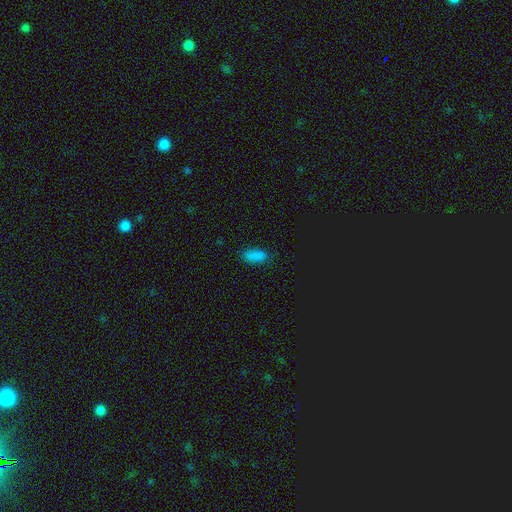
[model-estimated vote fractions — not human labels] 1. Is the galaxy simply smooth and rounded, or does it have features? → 84% smooth, 12% star or artifact, 4% featured or disk.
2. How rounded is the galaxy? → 84% in between, 13% cigar-shaped, 3% round.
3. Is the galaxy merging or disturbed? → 81% none, 15% minor disturbance, 3% major disturbance, 1% merger.